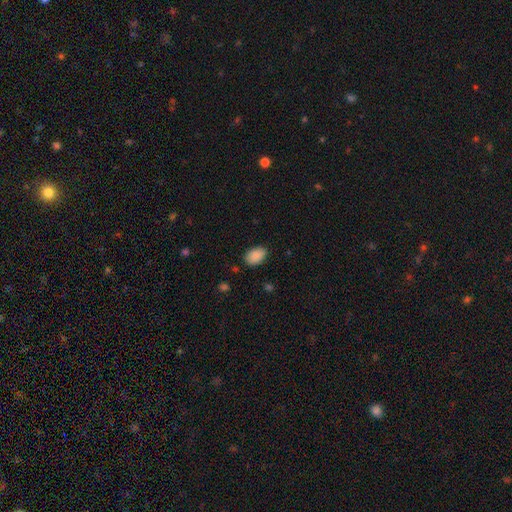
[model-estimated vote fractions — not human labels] Smooth or featured? smooth (89%)
How rounded? in between (89%)
Merging? none (85%)